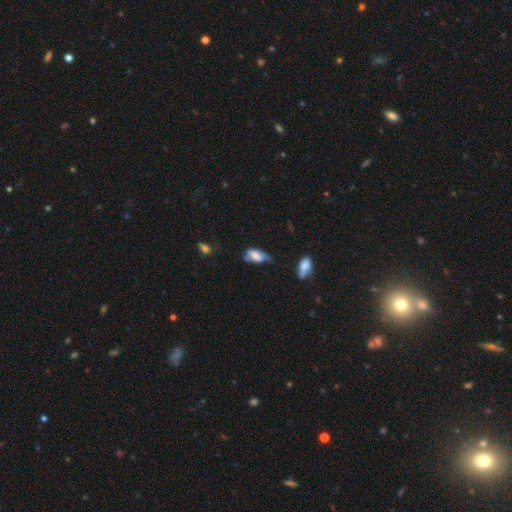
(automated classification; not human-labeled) The model was most divided on "merging": minor disturbance: 36%, none: 35%, major disturbance: 21%, merger: 9%. More confident: how rounded — in between (86%); smooth or featured — smooth (58%).